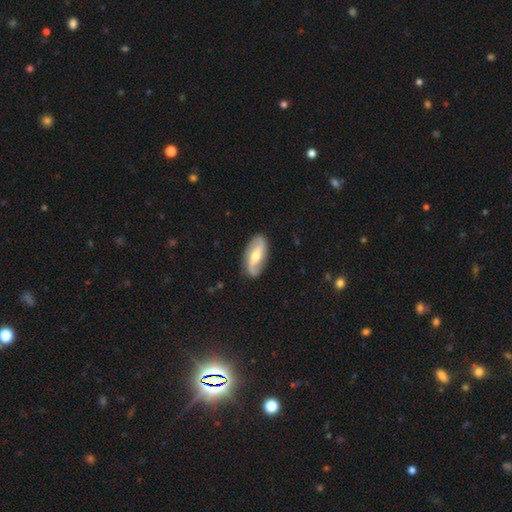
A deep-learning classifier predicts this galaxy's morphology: Smooth or featured? Predicted: featured or disk (p=0.75). Edge-on disk? Predicted: no (p=0.93). Bar? Predicted: no (p=0.39). Spiral arms? Predicted: yes (p=0.92). Spiral winding? Predicted: loose (p=0.54). Spiral arm count? Predicted: 2 (p=0.90). Bulge size? Predicted: moderate (p=0.63). Merging? Predicted: none (p=0.84).